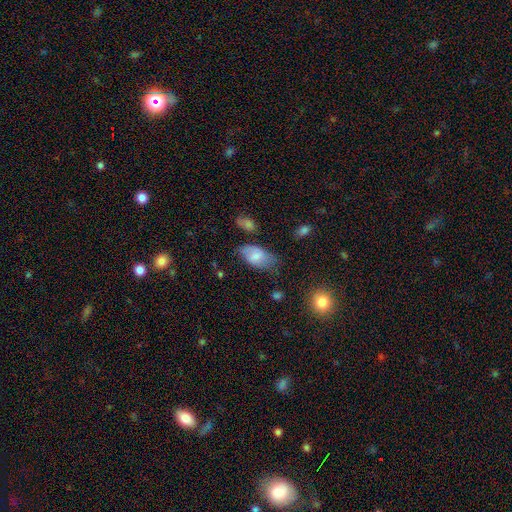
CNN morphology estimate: smooth-or-featured: smooth: 68% | featured or disk: 24% | star or artifact: 8%
  how-rounded: in between: 93% | round: 4% | cigar-shaped: 3%
  merging: none: 60% | minor disturbance: 28% | major disturbance: 9% | merger: 4%